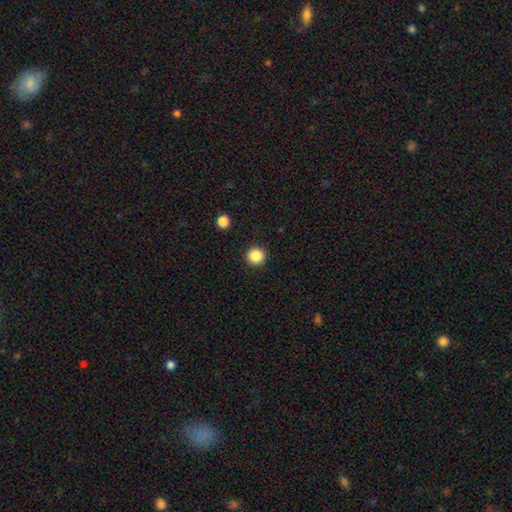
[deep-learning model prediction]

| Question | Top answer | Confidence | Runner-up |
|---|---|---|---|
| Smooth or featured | smooth | 87% | star or artifact (10%) |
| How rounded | round | 95% | in between (4%) |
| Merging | none | 92% | minor disturbance (5%) |